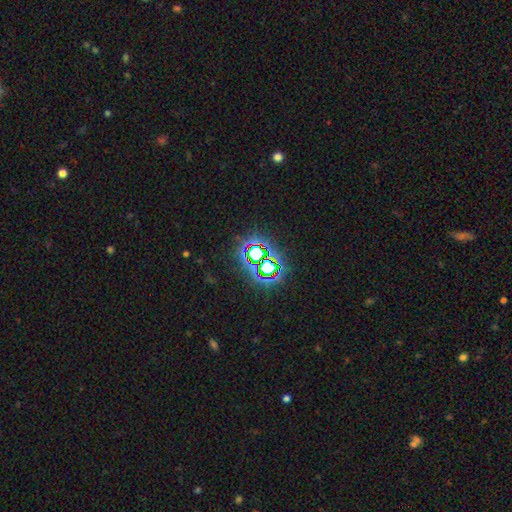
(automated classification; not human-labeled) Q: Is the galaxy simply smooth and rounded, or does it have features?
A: star or artifact — 76%.